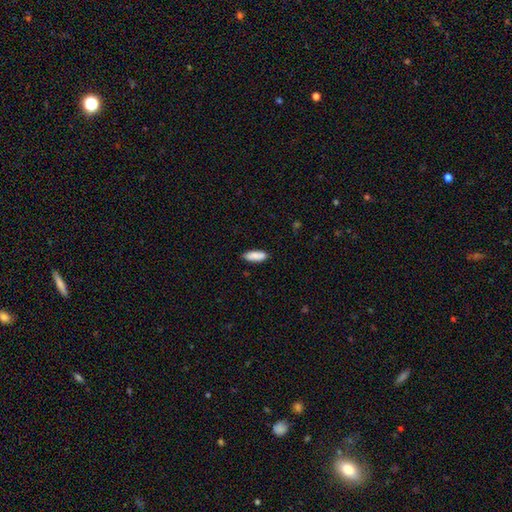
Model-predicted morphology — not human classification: A smooth galaxy with no disk features (87%) that is in between round and cigar-shaped (67%). Merging: none (82%).